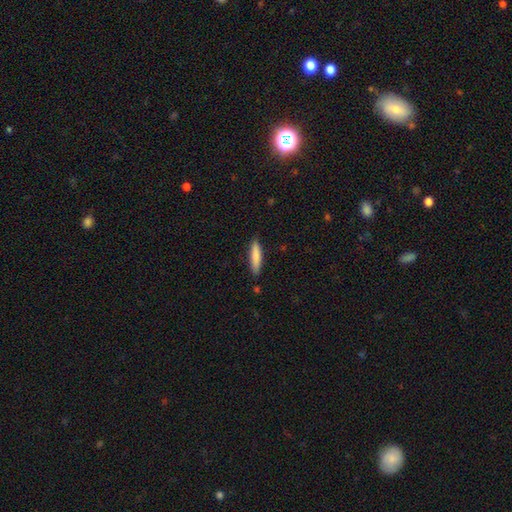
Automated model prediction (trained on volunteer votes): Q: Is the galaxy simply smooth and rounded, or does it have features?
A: smooth — 83%.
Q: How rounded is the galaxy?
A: cigar-shaped — 82%.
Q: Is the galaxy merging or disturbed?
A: none — 86%.